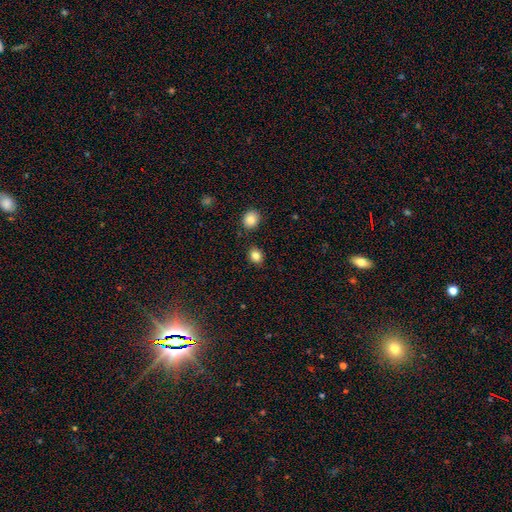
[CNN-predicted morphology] Smooth or featured: smooth — 84% (star or artifact — 11%)
How rounded: round — 56% (in between — 43%)
Merging: none — 86% (minor disturbance — 8%)